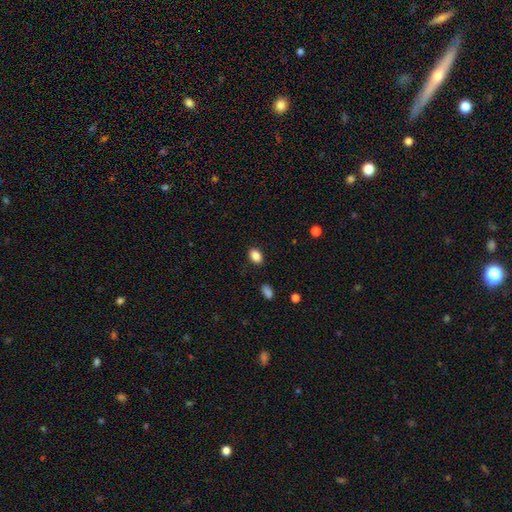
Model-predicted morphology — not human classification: This appears to be a smooth galaxy with no disk features (86%) that is in between round and cigar-shaped (82%). Merging: none (87%).